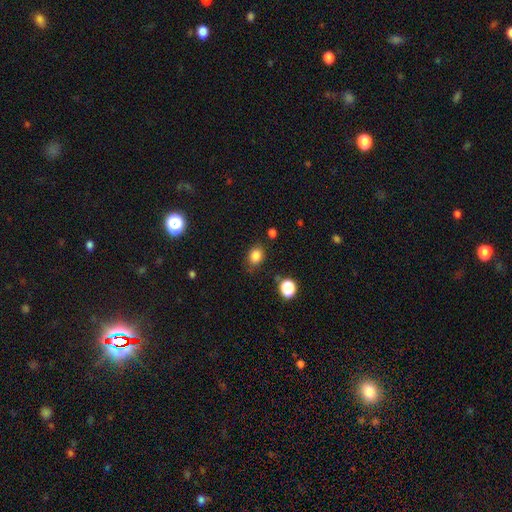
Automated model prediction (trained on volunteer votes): A smooth galaxy with no disk features (83%) that is in between round and cigar-shaped (52%).

Vote fractions:
- Smooth or featured? smooth: 83% / star or artifact: 12% / featured or disk: 5%
- How rounded? in between: 52% / round: 47% / cigar-shaped: 1%
- Merging? none: 79% / minor disturbance: 15% / major disturbance: 4% / merger: 2%